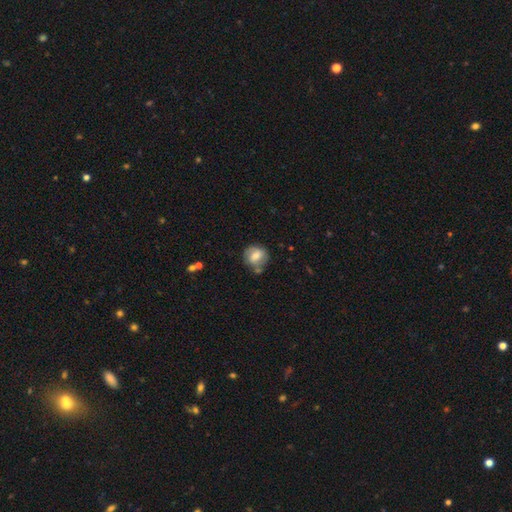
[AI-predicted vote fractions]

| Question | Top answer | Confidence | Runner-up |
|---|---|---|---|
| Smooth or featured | smooth | 62% | featured or disk (30%) |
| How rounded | round | 79% | in between (20%) |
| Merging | none | 66% | minor disturbance (19%) |